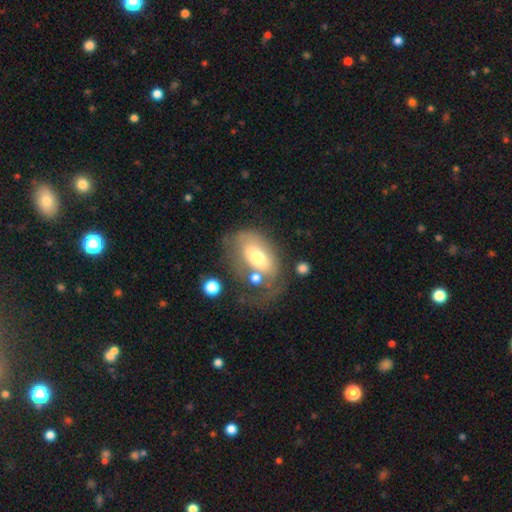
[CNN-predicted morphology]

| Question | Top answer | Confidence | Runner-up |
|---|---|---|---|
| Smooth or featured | smooth | 53% | featured or disk (39%) |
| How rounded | in between | 86% | round (11%) |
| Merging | none | 32% | major disturbance (31%) |